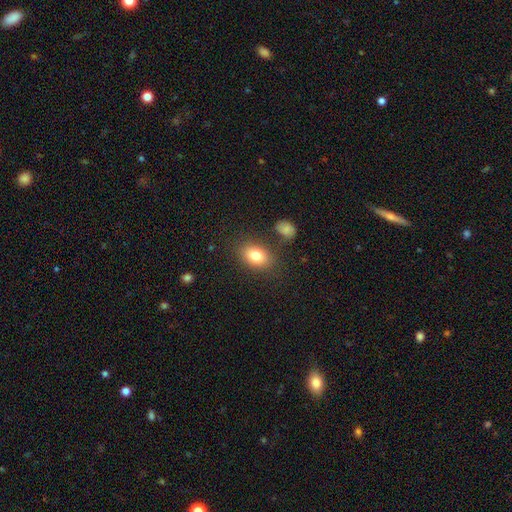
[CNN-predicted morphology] smooth-or-featured: smooth: 80% | featured or disk: 10% | star or artifact: 9%
  how-rounded: in between: 81% | round: 17% | cigar-shaped: 2%
  merging: none: 79% | minor disturbance: 12% | merger: 5% | major disturbance: 4%